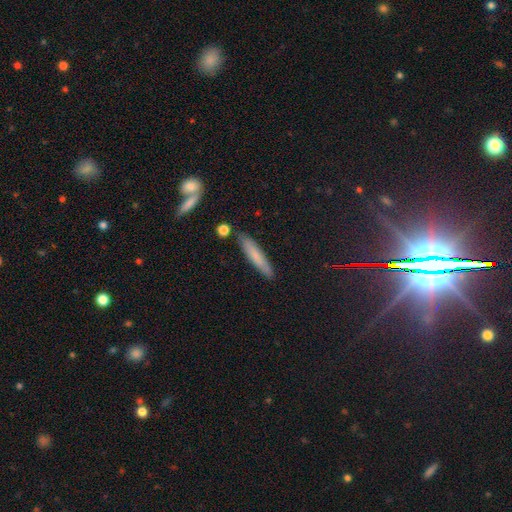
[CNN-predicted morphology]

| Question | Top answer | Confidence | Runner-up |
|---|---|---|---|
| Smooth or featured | smooth | 73% | featured or disk (20%) |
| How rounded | cigar-shaped | 89% | in between (9%) |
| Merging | none | 85% | minor disturbance (10%) |